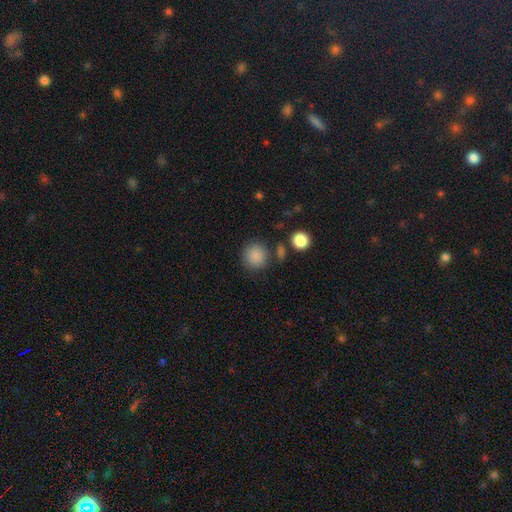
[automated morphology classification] Q: Smooth or featured?
A: smooth (85%); runner-up: star or artifact (10%)
Q: How rounded?
A: round (92%); runner-up: in between (7%)
Q: Merging?
A: none (80%); runner-up: minor disturbance (10%)